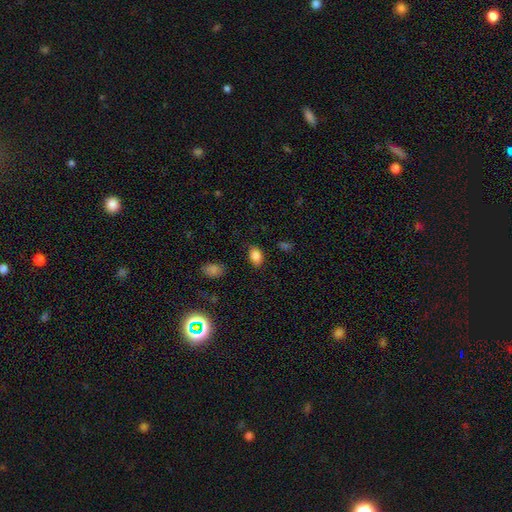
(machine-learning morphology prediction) A smooth galaxy with no disk features (86%) that is in between round and cigar-shaped (83%).

Vote fractions:
- Smooth or featured? smooth: 86% / star or artifact: 10% / featured or disk: 4%
- How rounded? in between: 83% / round: 16% / cigar-shaped: 1%
- Merging? none: 83% / minor disturbance: 12% / major disturbance: 3% / merger: 2%